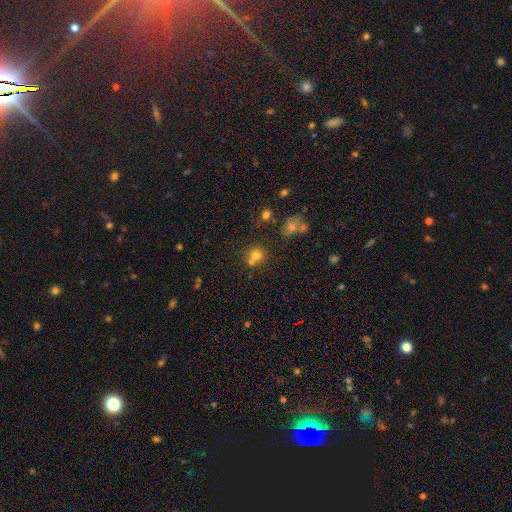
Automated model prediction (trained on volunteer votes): This appears to be a smooth galaxy with no disk features (72%) that is round (87%). Merging: none (58%).